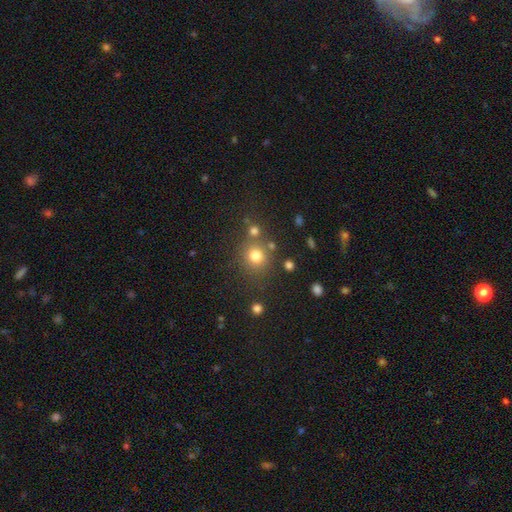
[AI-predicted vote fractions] This appears to be a smooth galaxy with no disk features (78%) that is round (88%). Merging: none (75%).